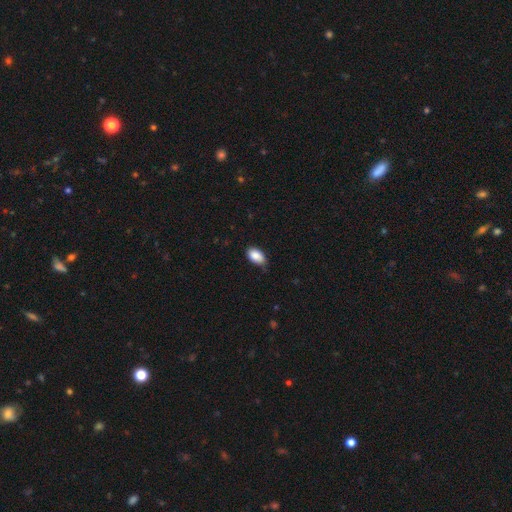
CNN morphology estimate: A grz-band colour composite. It shows a smooth galaxy with no disk features (88%) that is in between round and cigar-shaped (92%). Merging: none (73%).